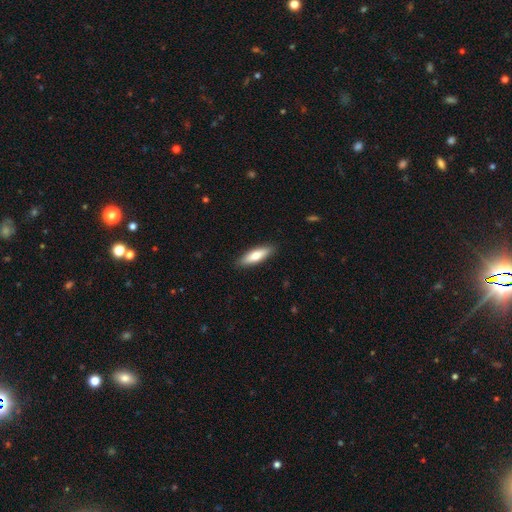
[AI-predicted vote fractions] Smooth or featured? smooth (71%)
How rounded? cigar-shaped (49%, tied with in between)
Merging? none (89%)